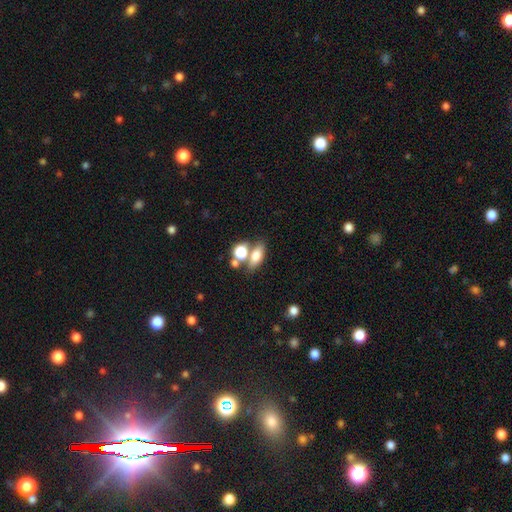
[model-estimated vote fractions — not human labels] The model was most divided on "merging": none: 55%, merger: 30%, minor disturbance: 11%, major disturbance: 5%. More confident: smooth or featured — smooth (71%); how rounded — in between (69%).